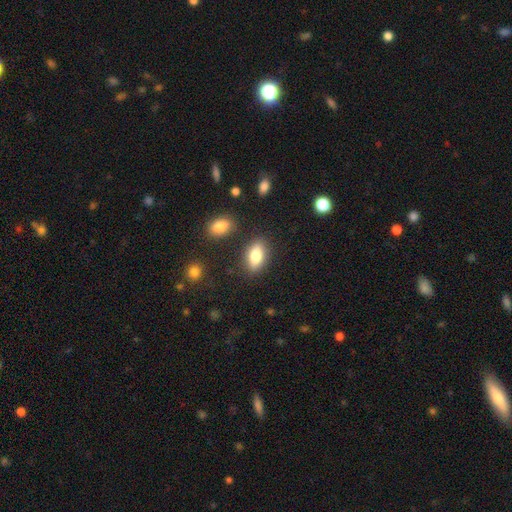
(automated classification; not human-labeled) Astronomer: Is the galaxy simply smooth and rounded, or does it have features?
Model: smooth — 75%.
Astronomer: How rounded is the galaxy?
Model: in between — 84%.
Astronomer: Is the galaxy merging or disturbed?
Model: none — 83%.